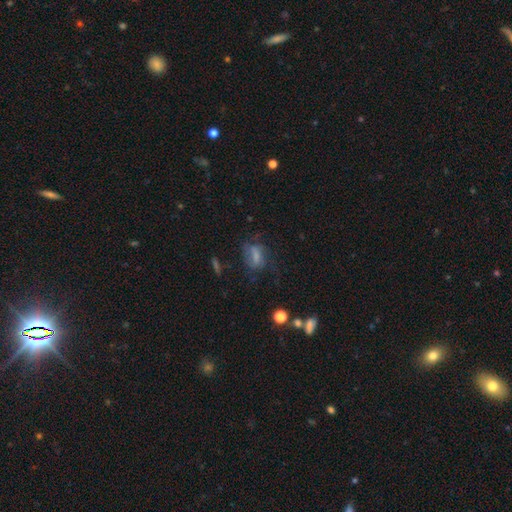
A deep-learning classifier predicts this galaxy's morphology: Smooth or featured? smooth (54%)
How rounded? in between (74%)
Merging? none (45%)